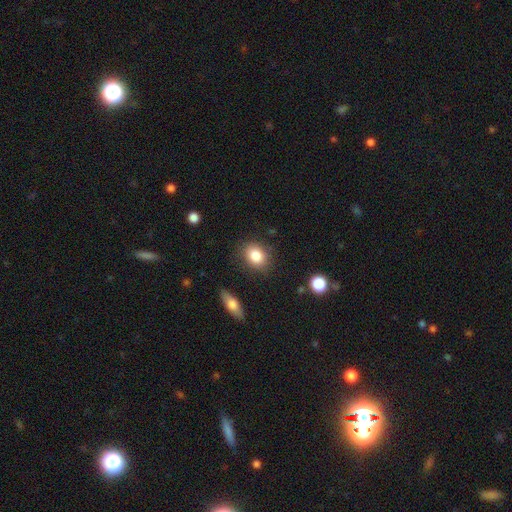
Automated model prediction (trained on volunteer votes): This appears to be a smooth galaxy with no disk features (83%) that is in between round and cigar-shaped (56%). Merging: none (83%).